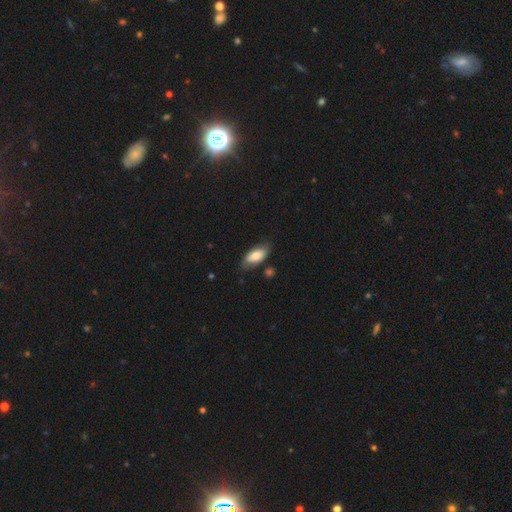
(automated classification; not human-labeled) The model was most divided on "smooth or featured": smooth: 72%, featured or disk: 22%, star or artifact: 6%. More confident: how rounded — in between (89%); merging — none (72%).